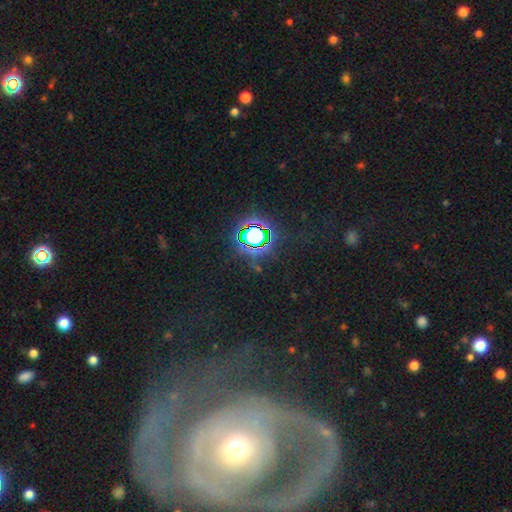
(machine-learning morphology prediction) A featured or disk galaxy (50%). Merging: none (63%).